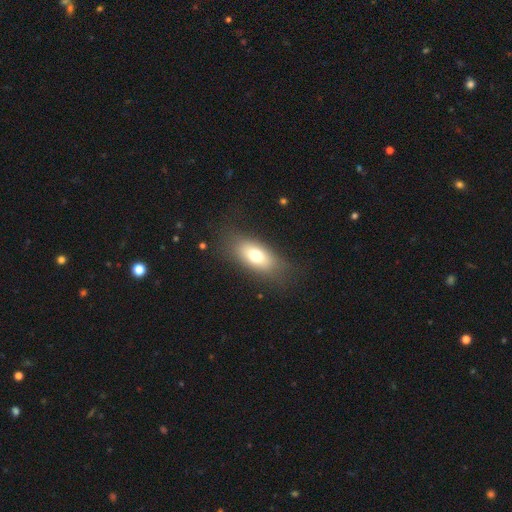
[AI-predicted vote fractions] smooth 72%, featured or disk 19%, star or artifact 10%. Down the decision tree: how rounded — in between (85%); merging — none (80%).